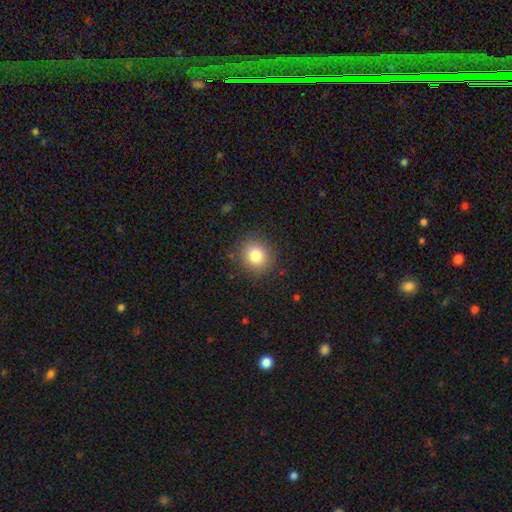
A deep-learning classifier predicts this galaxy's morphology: smooth-or-featured: smooth: 81% | star or artifact: 11% | featured or disk: 8%
  how-rounded: round: 84% | in between: 15% | cigar-shaped: 1%
  merging: none: 88% | minor disturbance: 8% | major disturbance: 3% | merger: 1%